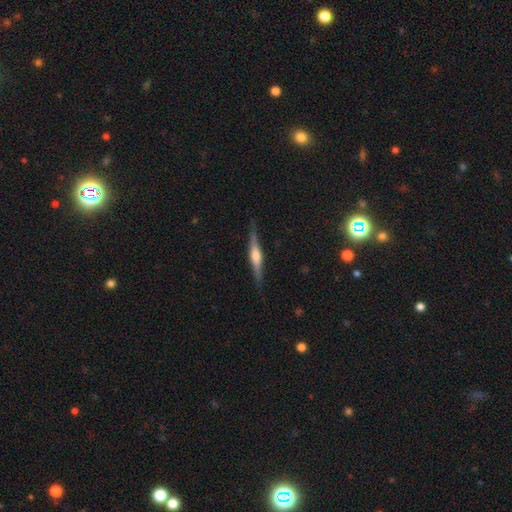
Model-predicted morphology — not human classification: Overall: featured or disk (72%). Edge-on disk: yes (98%). Edge-on bulge: rounded (83%). Merging: none (87%).